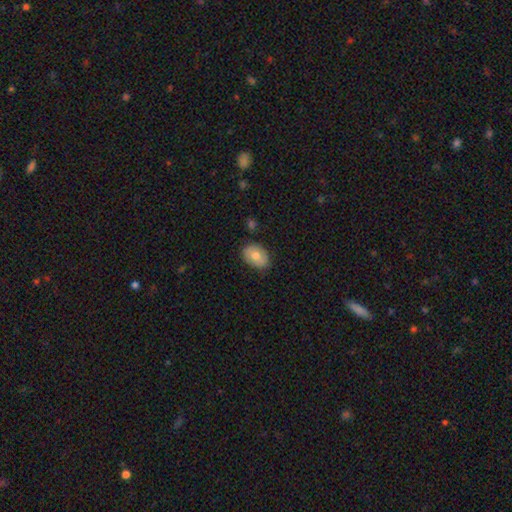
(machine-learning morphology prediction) Q: Smooth or featured?
A: smooth (72%); runner-up: featured or disk (21%)
Q: How rounded?
A: in between (81%); runner-up: round (18%)
Q: Merging?
A: none (83%); runner-up: minor disturbance (13%)